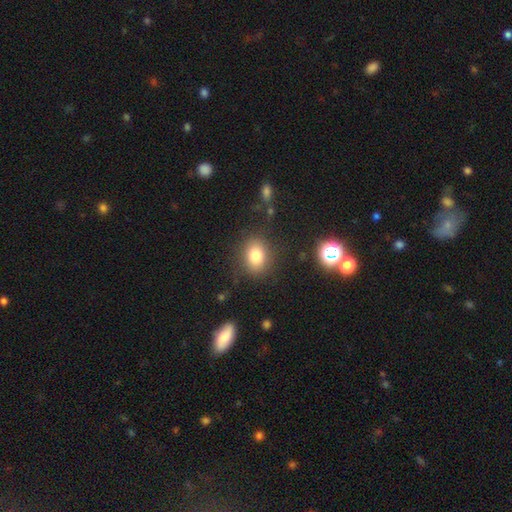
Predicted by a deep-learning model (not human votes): A smooth galaxy with no disk features (81%) that is in between round and cigar-shaped (57%).

Vote fractions:
- Smooth or featured? smooth: 81% / star or artifact: 11% / featured or disk: 8%
- How rounded? in between: 57% / round: 41% / cigar-shaped: 1%
- Merging? none: 82% / minor disturbance: 11% / major disturbance: 5% / merger: 2%